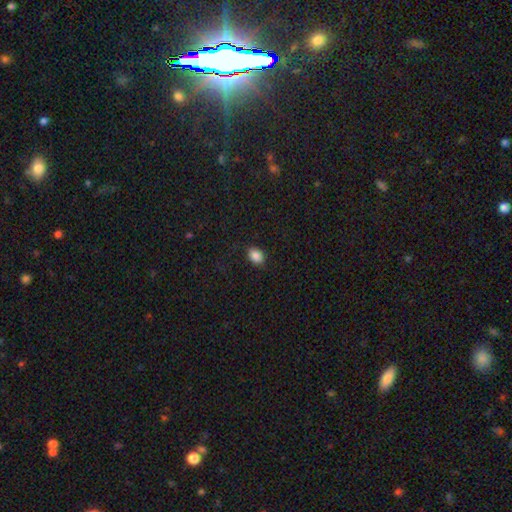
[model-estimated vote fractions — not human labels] Morphology: type=smooth (87%); roundness=in between (73%); merging=none (86%).